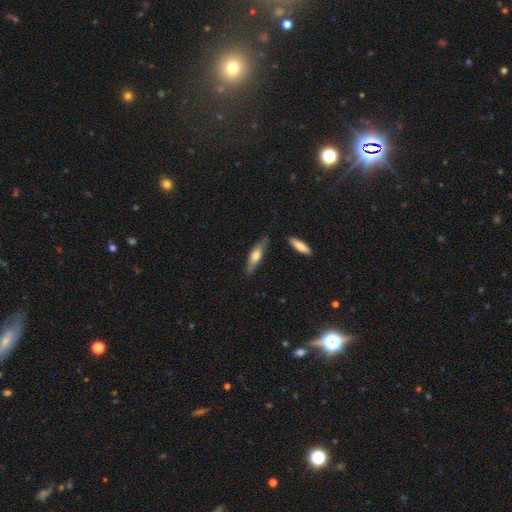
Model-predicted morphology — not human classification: smooth 53%, featured or disk 41%, star or artifact 6%. Down the decision tree: how rounded — cigar-shaped (69%); merging — none (77%).